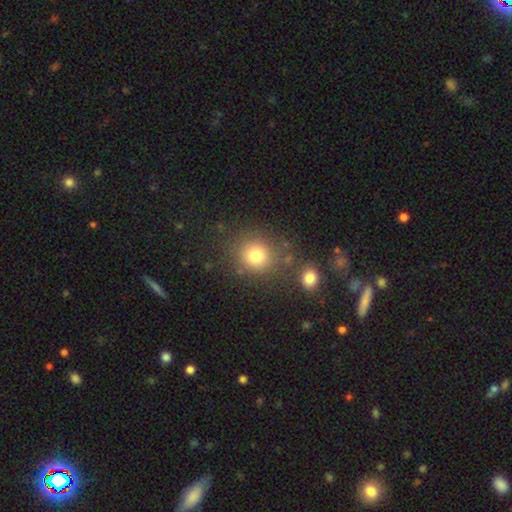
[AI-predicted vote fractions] Q: Smooth or featured?
A: smooth (80%); runner-up: star or artifact (13%)
Q: How rounded?
A: round (82%); runner-up: in between (17%)
Q: Merging?
A: none (76%); runner-up: minor disturbance (11%)